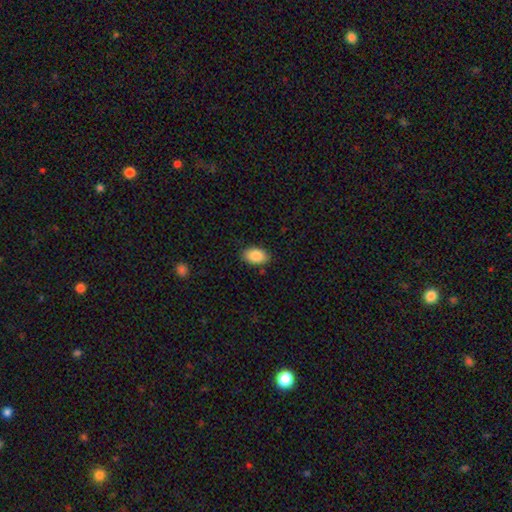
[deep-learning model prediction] A smooth galaxy with no disk features (87%) that is in between round and cigar-shaped (91%). Merging: none (85%).